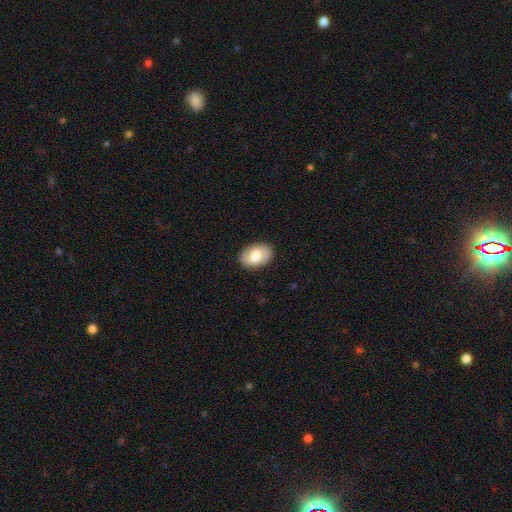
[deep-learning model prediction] smooth 71%, featured or disk 22%, star or artifact 6%. Down the decision tree: how rounded — in between (85%); merging — none (88%).